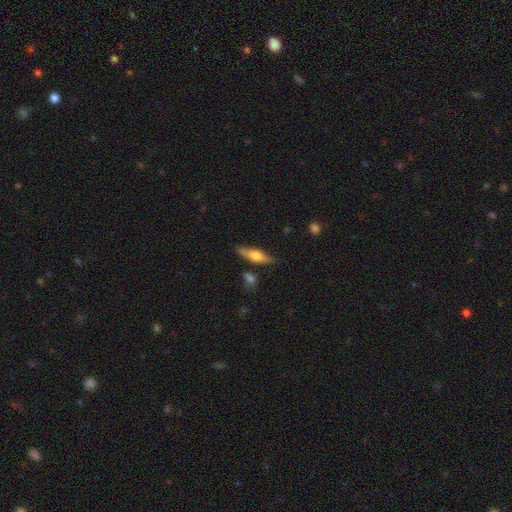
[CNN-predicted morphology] Q: Smooth or featured?
A: featured or disk (51%); runner-up: smooth (43%)
Q: Edge-on disk?
A: yes (92%); runner-up: no (8%)
Q: Merging?
A: none (79%); runner-up: minor disturbance (13%)